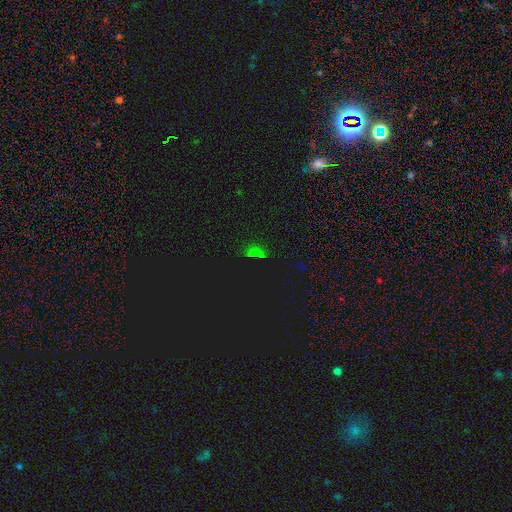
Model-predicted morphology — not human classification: This appears to be a star or artifact, not a galaxy (58%).